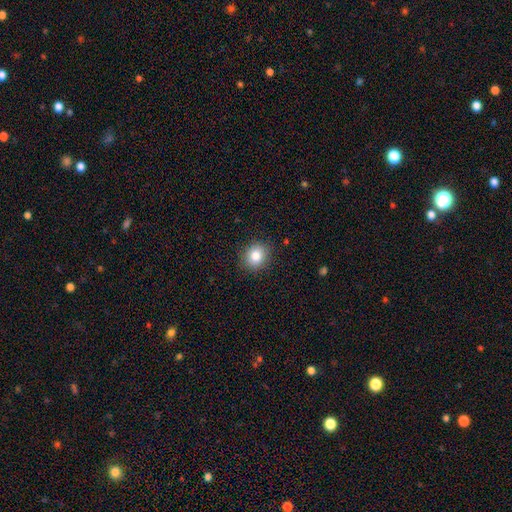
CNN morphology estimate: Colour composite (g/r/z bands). It shows a smooth galaxy with no disk features (83%) that is round (73%). Merging: none (88%).